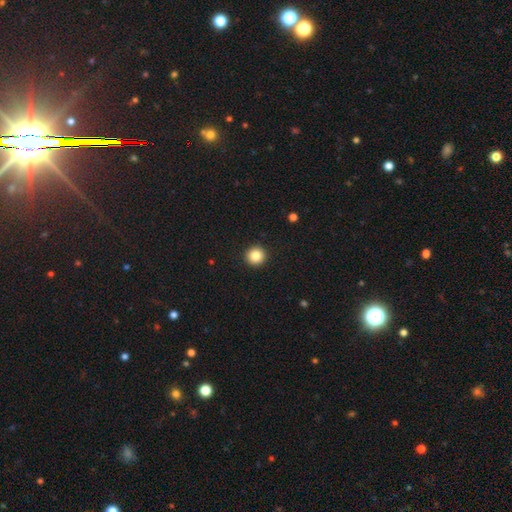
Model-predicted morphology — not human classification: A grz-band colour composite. It shows a smooth galaxy with no disk features (84%) that is round (96%). Merging: none (94%).